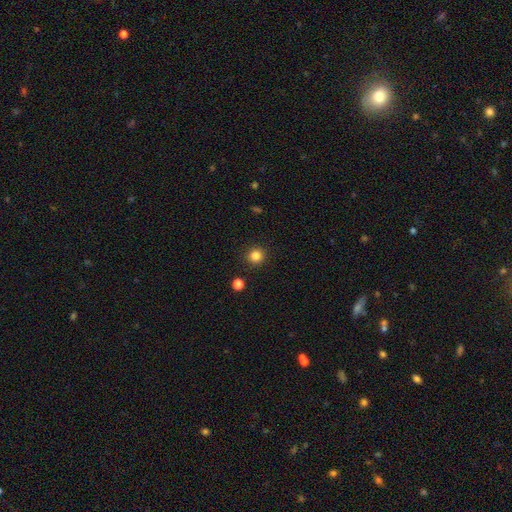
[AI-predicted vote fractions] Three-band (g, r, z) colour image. It shows a smooth galaxy with no disk features (84%) that is round (94%). Merging: none (91%).